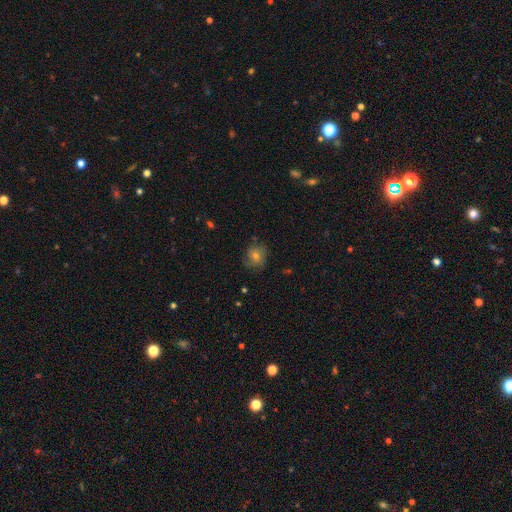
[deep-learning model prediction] A smooth galaxy with no disk features (57%) that is round (78%). Merging: none (74%).